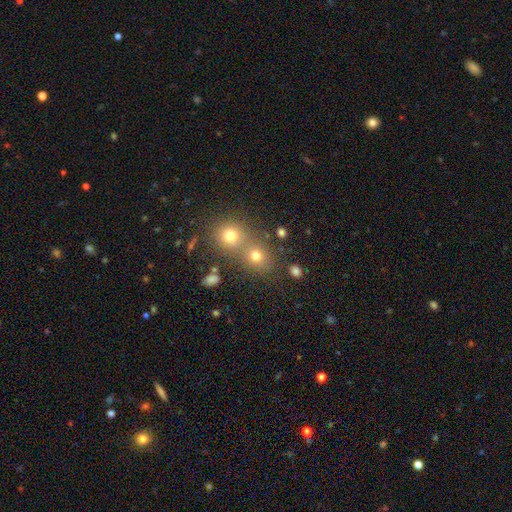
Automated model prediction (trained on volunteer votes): Q: Smooth or featured?
A: smooth (71%); runner-up: star or artifact (18%)
Q: How rounded?
A: round (72%); runner-up: in between (26%)
Q: Merging?
A: none (50%); runner-up: merger (38%)